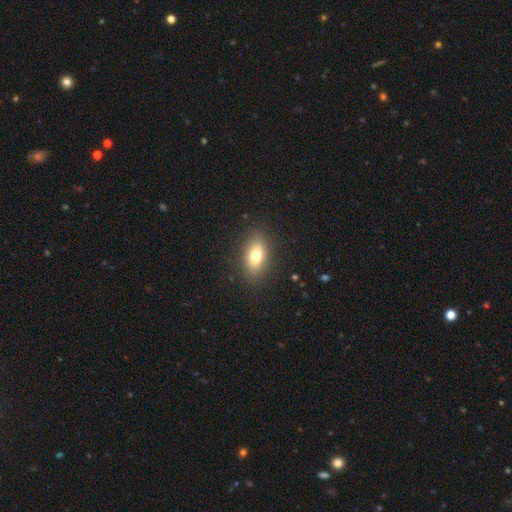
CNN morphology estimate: smooth-or-featured: smooth: 74% | featured or disk: 16% | star or artifact: 9%
  how-rounded: in between: 84% | round: 9% | cigar-shaped: 7%
  merging: none: 87% | minor disturbance: 9% | major disturbance: 3% | merger: 1%